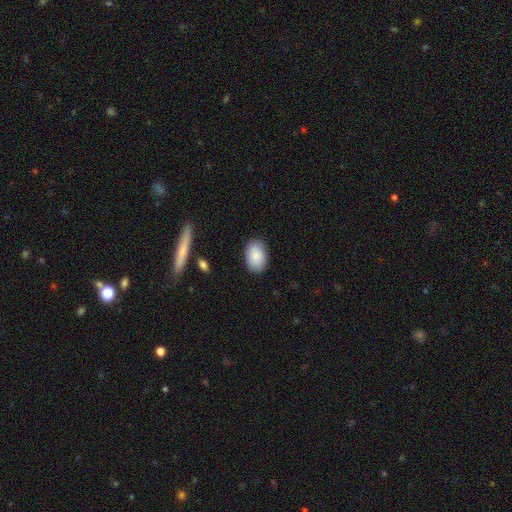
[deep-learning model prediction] This is clearly a smooth galaxy (87%). How rounded: clearly in between (87%). Merging: clearly none (86%).